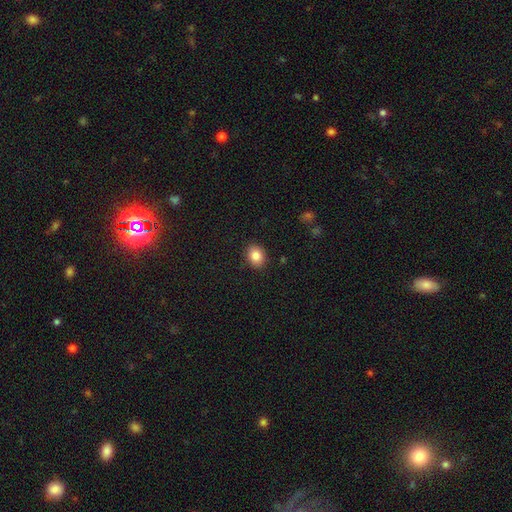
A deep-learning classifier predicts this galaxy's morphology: Smooth or featured?
  - smooth: 85% *
  - star or artifact: 9%
  - featured or disk: 6%
How rounded?
  - round: 51% *
  - in between: 48%
  - cigar-shaped: 1%
Merging?
  - none: 89% *
  - minor disturbance: 8%
  - major disturbance: 2%
  - merger: 1%